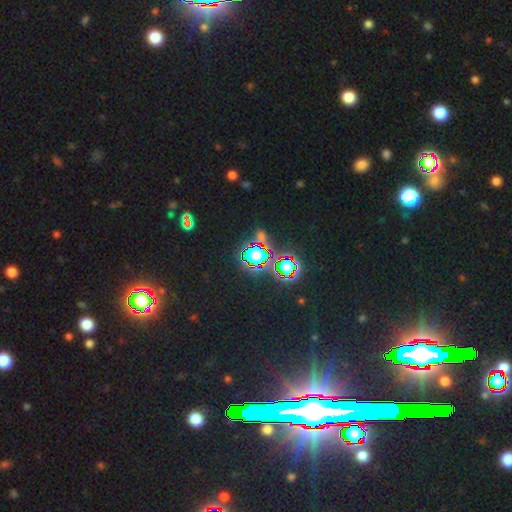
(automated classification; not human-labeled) Morphology: type=star or artifact (75%).